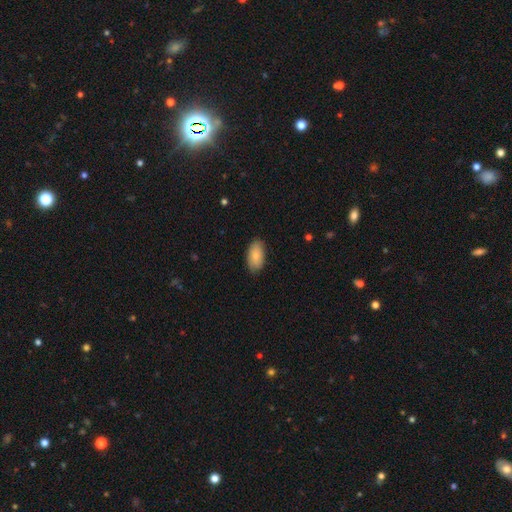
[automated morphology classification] Smooth or featured: smooth — 83% (featured or disk — 11%)
How rounded: in between — 94% (round — 3%)
Merging: none — 82% (minor disturbance — 15%)